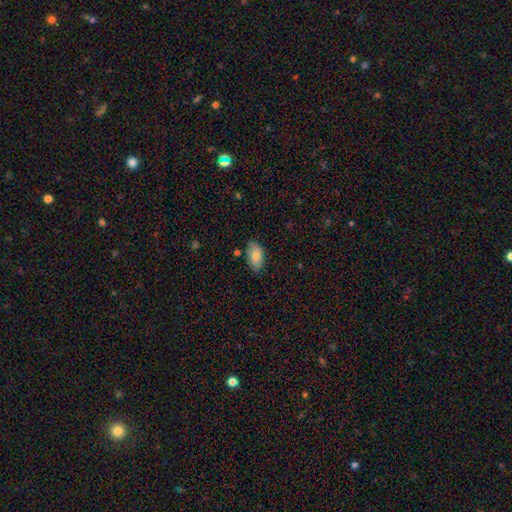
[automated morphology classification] This is likely a smooth galaxy (75%). How rounded: clearly in between (93%). Merging: likely none (75%).